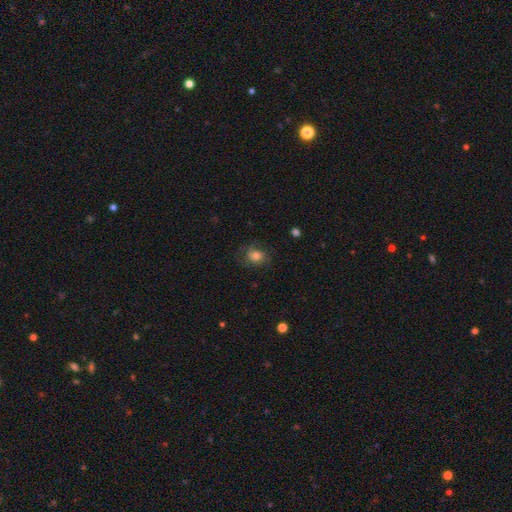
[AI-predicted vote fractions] smooth_or_featured: smooth (p=0.68) [alt: featured or disk p=0.21]
how_rounded: round (p=0.61) [alt: in between p=0.38]
merging: none (p=0.67) [alt: minor disturbance p=0.20]